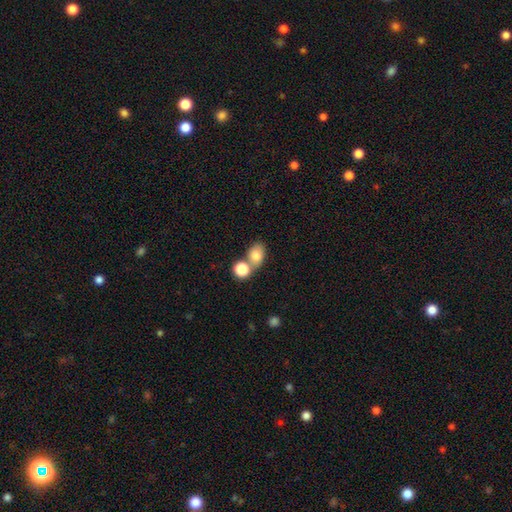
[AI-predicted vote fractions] Morphology: type=smooth (79%); roundness=in between (70%); merging=none (48%).